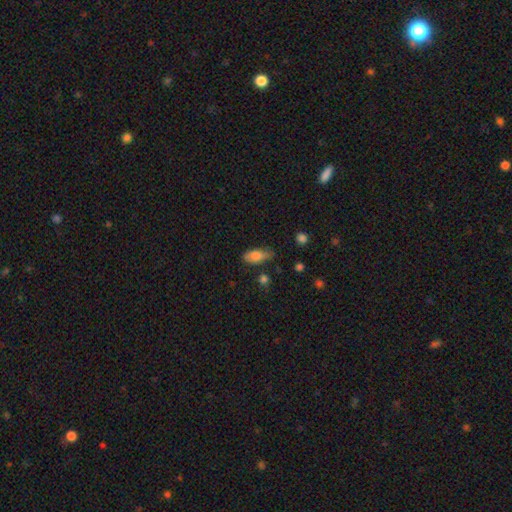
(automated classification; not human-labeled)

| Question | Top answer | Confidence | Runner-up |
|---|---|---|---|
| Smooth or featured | smooth | 79% | featured or disk (14%) |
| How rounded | in between | 81% | cigar-shaped (16%) |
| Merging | none | 60% | minor disturbance (30%) |